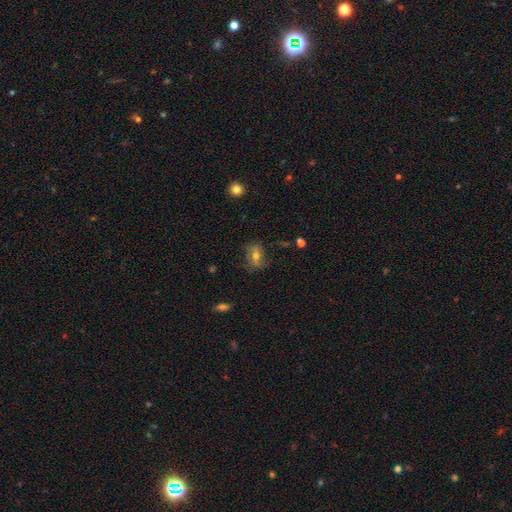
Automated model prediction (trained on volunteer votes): A smooth galaxy with no disk features (48%). Merging: none (72%).